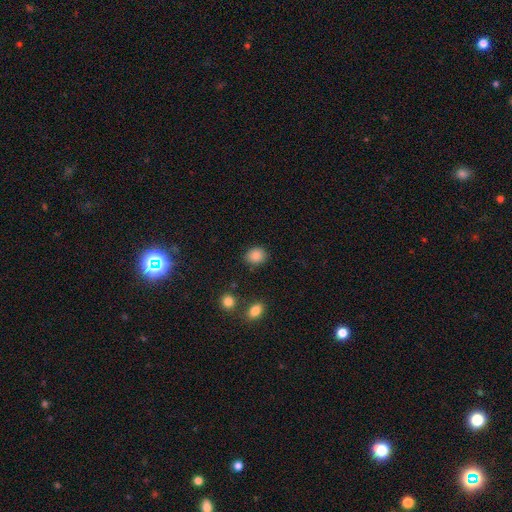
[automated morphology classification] A smooth galaxy with no disk features (87%) that is round (62%).

Vote fractions:
- Smooth or featured? smooth: 87% / star or artifact: 10% / featured or disk: 4%
- How rounded? round: 62% / in between: 37% / cigar-shaped: 1%
- Merging? none: 84% / minor disturbance: 11% / major disturbance: 3% / merger: 2%